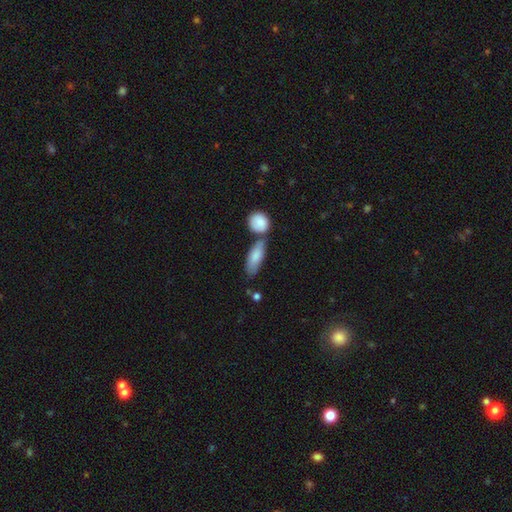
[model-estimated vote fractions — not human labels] Smooth or featured: smooth — 82% (featured or disk — 13%)
How rounded: in between — 71% (cigar-shaped — 26%)
Merging: none — 52% (merger — 26%)